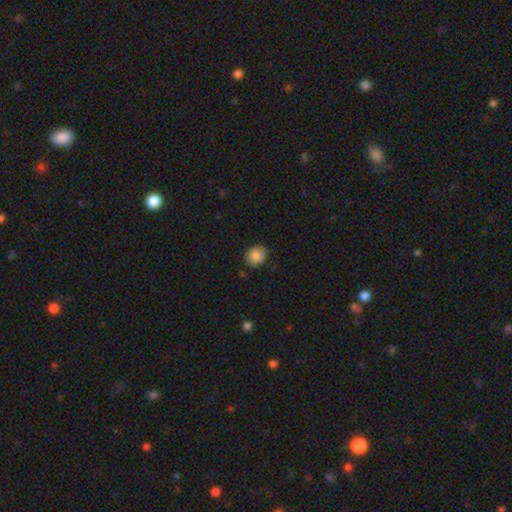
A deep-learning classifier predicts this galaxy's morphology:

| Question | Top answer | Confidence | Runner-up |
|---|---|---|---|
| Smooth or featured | smooth | 85% | star or artifact (8%) |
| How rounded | round | 73% | in between (26%) |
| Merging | none | 79% | minor disturbance (17%) |